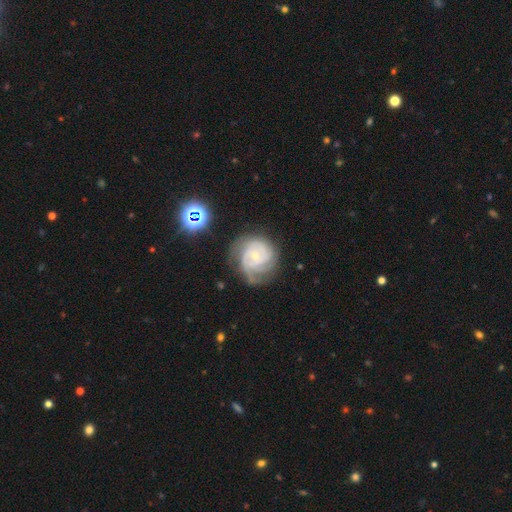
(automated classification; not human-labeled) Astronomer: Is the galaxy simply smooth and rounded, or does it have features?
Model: featured or disk — 84%.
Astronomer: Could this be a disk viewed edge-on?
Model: no — 98%.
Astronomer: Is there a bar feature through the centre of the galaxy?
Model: no — 72%.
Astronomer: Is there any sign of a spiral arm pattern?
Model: yes — 96%.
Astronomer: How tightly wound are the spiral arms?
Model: tight — 67%.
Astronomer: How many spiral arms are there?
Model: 3 — 38% (runner-up: can't tell, 24%).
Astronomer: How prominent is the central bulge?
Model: small — 67%.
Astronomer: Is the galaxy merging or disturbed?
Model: none — 60%.